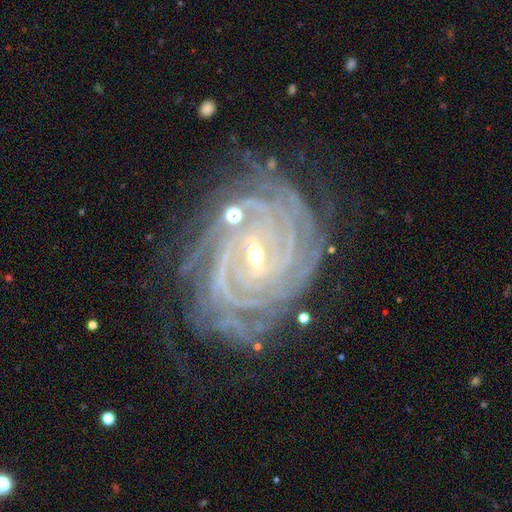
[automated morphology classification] Smooth or featured? Predicted: featured or disk (p=0.91). Edge-on disk? Predicted: no (p=0.97). Bar? Predicted: weak (p=0.44). Spiral arms? Predicted: yes (p=0.98). Spiral winding? Predicted: tight (p=0.84). Spiral arm count? Predicted: 4 (p=0.29). Bulge size? Predicted: small (p=0.68). Merging? Predicted: none (p=0.73).